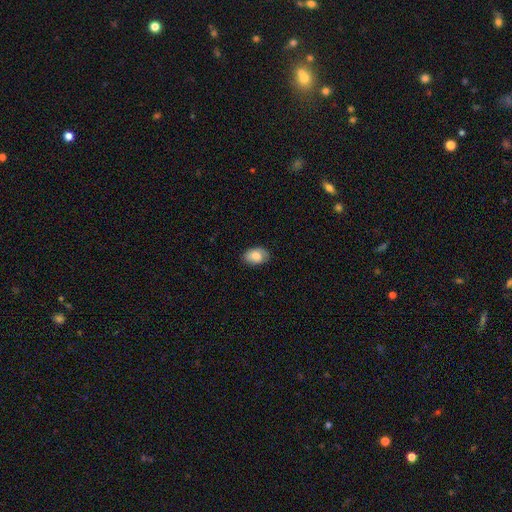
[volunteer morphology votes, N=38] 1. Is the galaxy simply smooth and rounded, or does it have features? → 84% smooth, 11% featured or disk, 5% star or artifact.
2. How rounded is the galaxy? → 88% in between, 9% round, 3% cigar-shaped.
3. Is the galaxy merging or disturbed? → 81% none, 17% minor disturbance, 3% major disturbance, 0% merger.